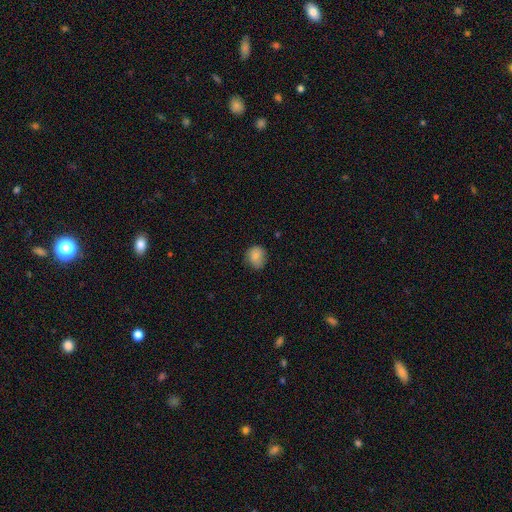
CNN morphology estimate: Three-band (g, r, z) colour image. It shows a smooth galaxy with no disk features (85%) that is round (72%). Merging: none (76%).